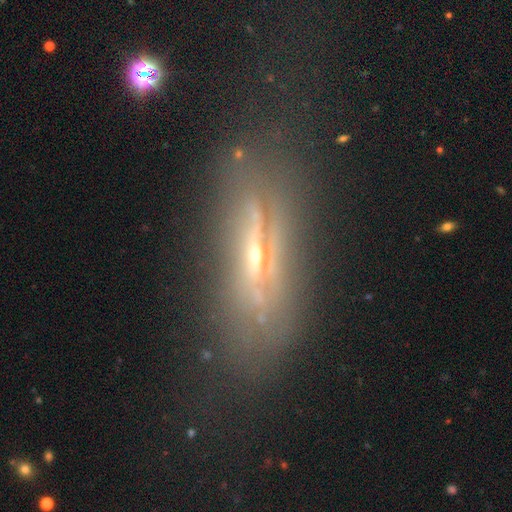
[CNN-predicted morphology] smooth-or-featured: featured or disk: 66% | smooth: 21% | star or artifact: 13%
  disk-edge-on: yes: 69% | no: 31%
  merging: none: 62% | minor disturbance: 20% | major disturbance: 15% | merger: 3%